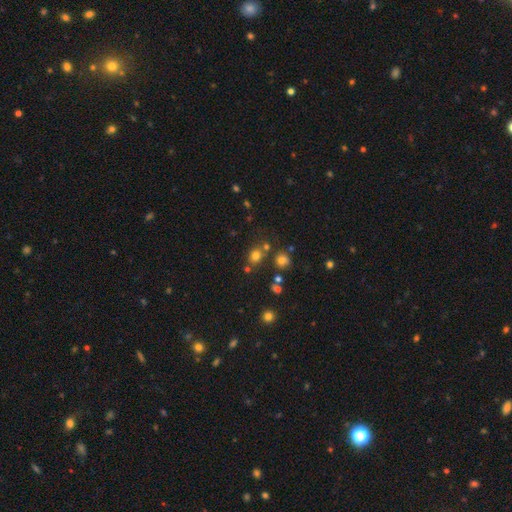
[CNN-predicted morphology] Smooth or featured: smooth — 72% (star or artifact — 21%)
How rounded: round — 71% (in between — 28%)
Merging: none — 70% (merger — 15%)